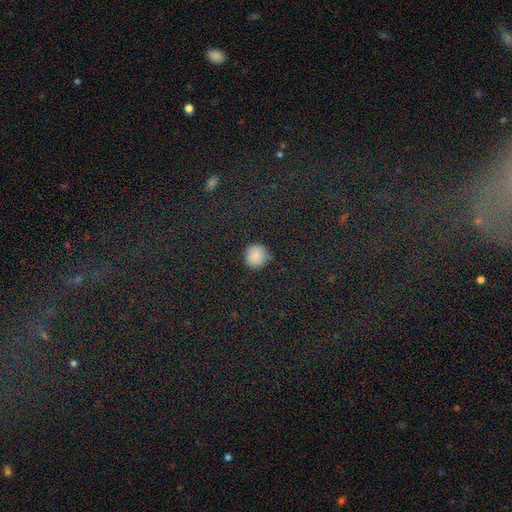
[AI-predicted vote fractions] Smooth or featured: smooth — 83% (star or artifact — 12%)
How rounded: round — 93% (in between — 6%)
Merging: none — 84% (minor disturbance — 11%)